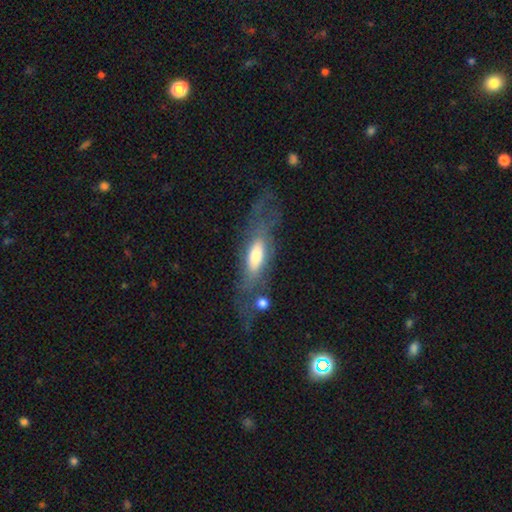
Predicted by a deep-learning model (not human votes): A smooth galaxy with no disk features (48%). Merging: none (49%).